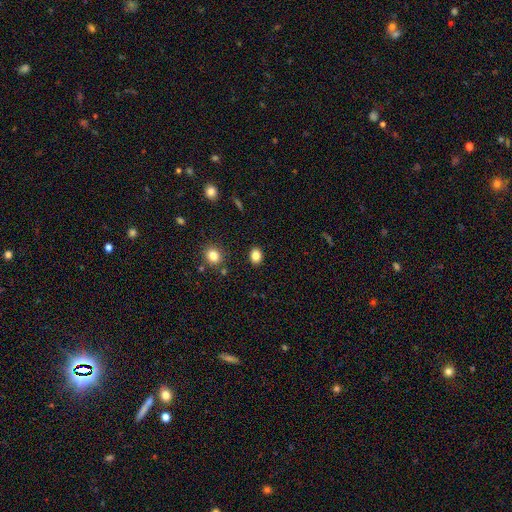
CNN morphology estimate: Overall: smooth (84%). How rounded: round (52%; in between 47%). Merging: none (89%).